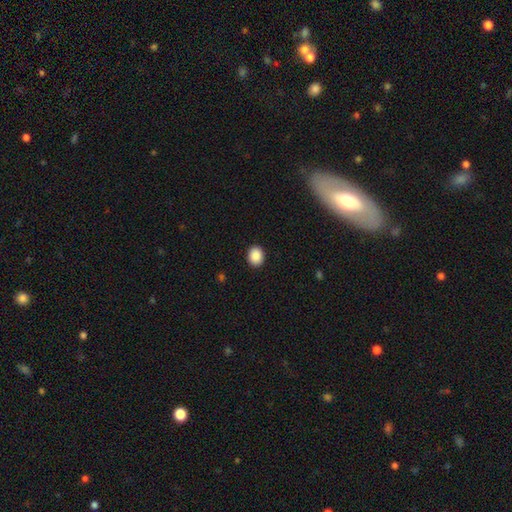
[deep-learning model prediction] The model was most divided on "how rounded": round: 60%, in between: 39%, cigar-shaped: 1%. More confident: merging — none (92%); smooth or featured — smooth (89%).